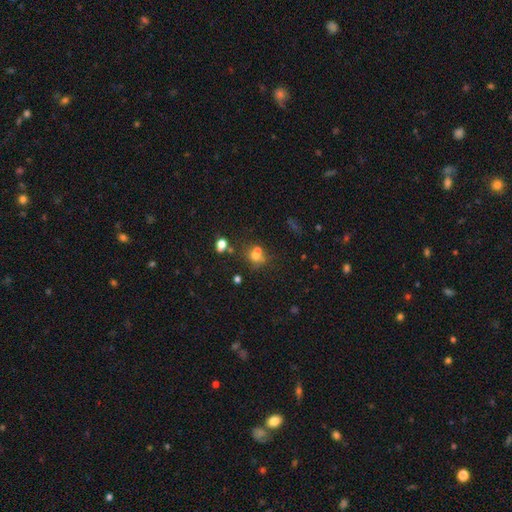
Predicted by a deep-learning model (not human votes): Smooth or featured? Predicted: smooth (p=0.58). How rounded? Predicted: round (p=0.61). Merging? Predicted: merger (p=0.43).